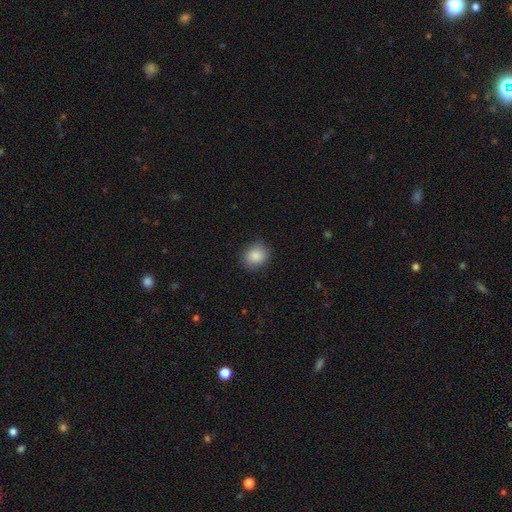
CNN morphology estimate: This appears to be a smooth galaxy with no disk features (88%) that is round (74%). Merging: none (86%).